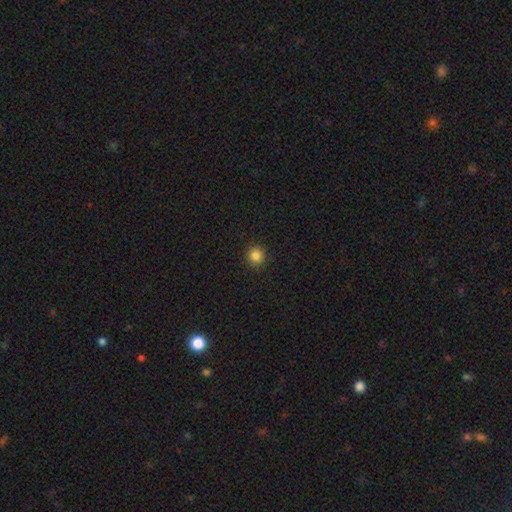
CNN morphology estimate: type=smooth (85%); roundness=round (91%); merging=none (91%).